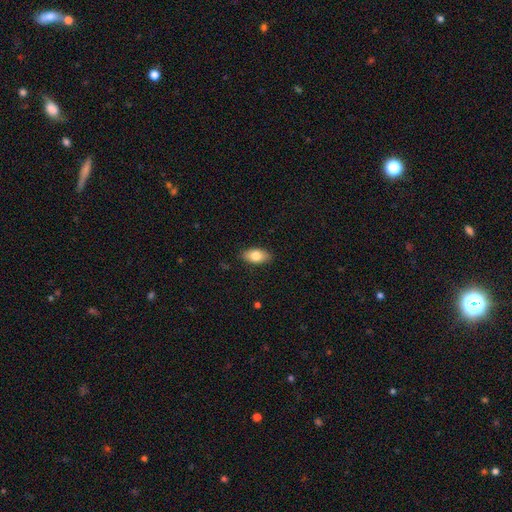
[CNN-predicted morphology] smooth 80%, featured or disk 13%, star or artifact 7%. Down the decision tree: how rounded — in between (91%); merging — none (88%).